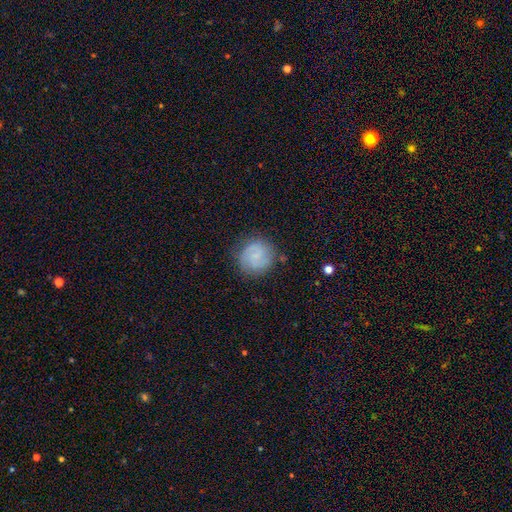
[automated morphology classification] Smooth or featured? featured or disk (52%)
Edge-on disk? no (98%)
Bar? weak (47%)
Spiral arms? yes (90%)
Bulge size? small (50%)
Merging? none (81%)